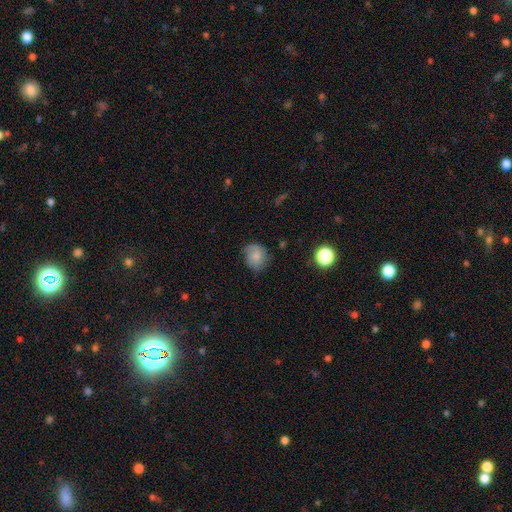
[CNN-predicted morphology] smooth_or_featured: smooth (p=0.75) [alt: featured or disk p=0.15]
how_rounded: round (p=0.67) [alt: in between p=0.32]
merging: none (p=0.66) [alt: minor disturbance p=0.25]